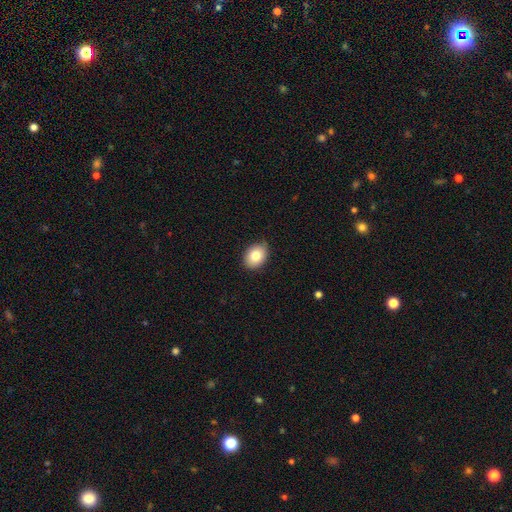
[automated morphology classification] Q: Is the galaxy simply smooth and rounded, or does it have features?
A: smooth — 82%.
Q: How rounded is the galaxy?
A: in between — 67%.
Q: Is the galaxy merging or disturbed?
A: none — 87%.